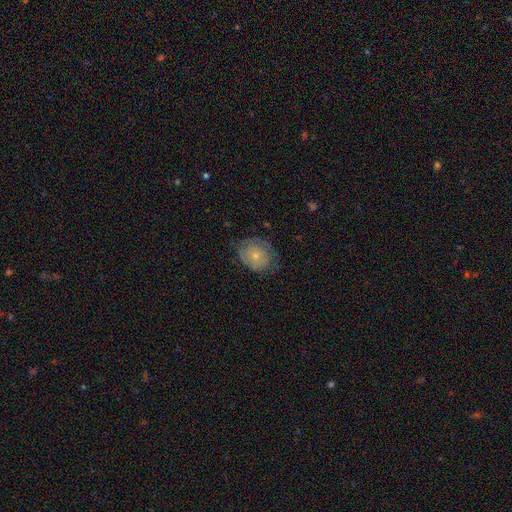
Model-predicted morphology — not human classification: Smooth or featured? featured or disk (49%)
Merging? none (63%)